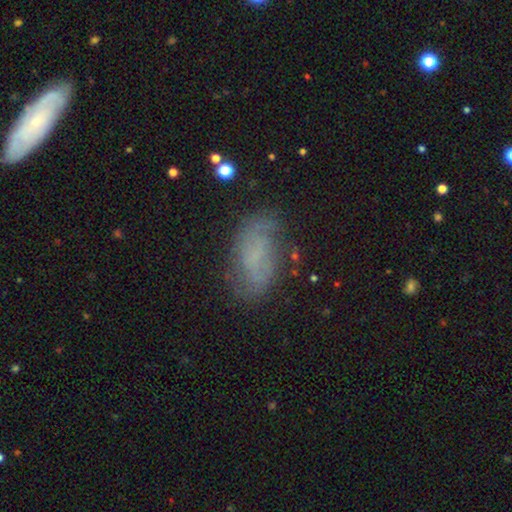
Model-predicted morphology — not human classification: smooth_or_featured: smooth (p=0.44) [tied with: featured or disk p=0.44]
merging: none (p=0.64) [alt: minor disturbance p=0.23]